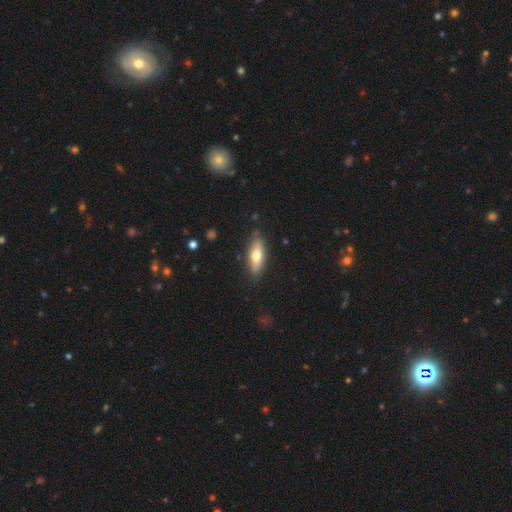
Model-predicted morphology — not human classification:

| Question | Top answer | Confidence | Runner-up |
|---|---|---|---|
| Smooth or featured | smooth | 65% | featured or disk (29%) |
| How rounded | in between | 65% | cigar-shaped (33%) |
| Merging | none | 84% | minor disturbance (12%) |